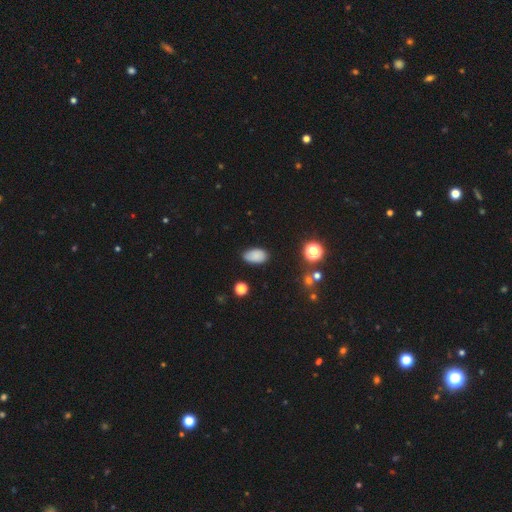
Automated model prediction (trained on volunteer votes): Morphology: type=smooth (83%); roundness=in between (93%); merging=none (80%).